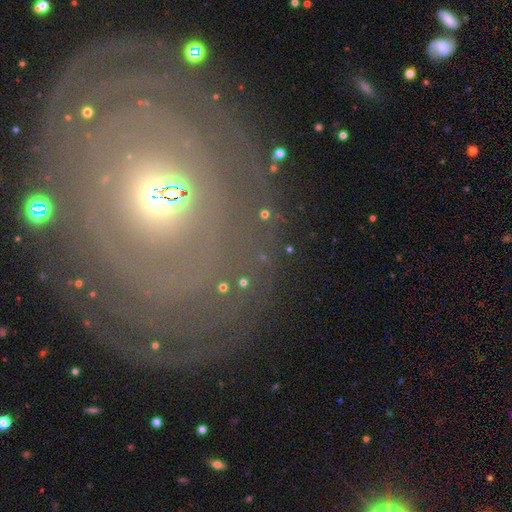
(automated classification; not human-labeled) Smooth or featured? Predicted: featured or disk (p=0.64). Edge-on disk? Predicted: no (p=0.95). Bar? Predicted: no (p=0.78). Spiral arms? Predicted: yes (p=0.58). Bulge size? Predicted: moderate (p=0.51). Merging? Predicted: none (p=0.79).